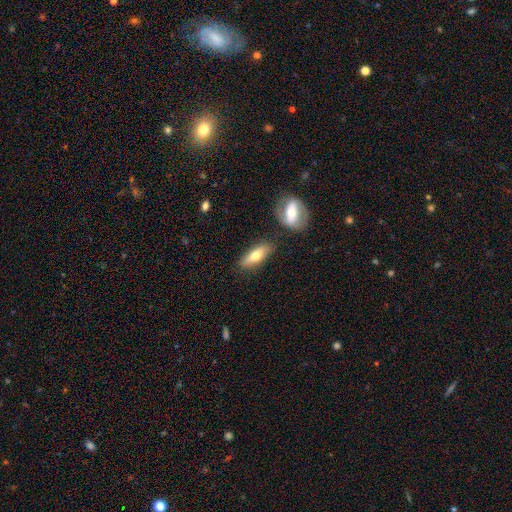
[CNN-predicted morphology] The model was most divided on "how rounded": in between: 52%, cigar-shaped: 45%, round: 3%. More confident: merging — none (78%); smooth or featured — smooth (55%).